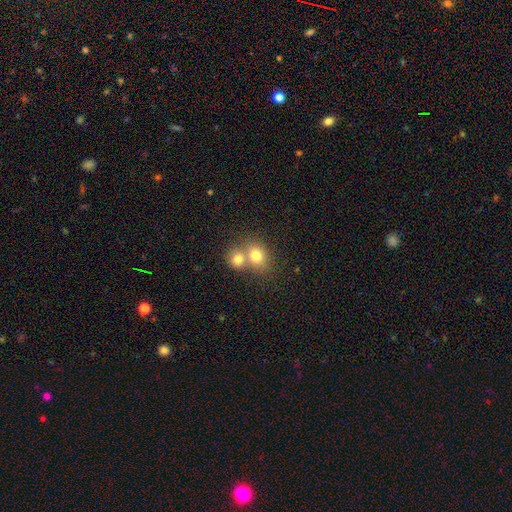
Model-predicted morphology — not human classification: Smooth or featured? smooth (77%)
How rounded? round (67%)
Merging? merger (58%)